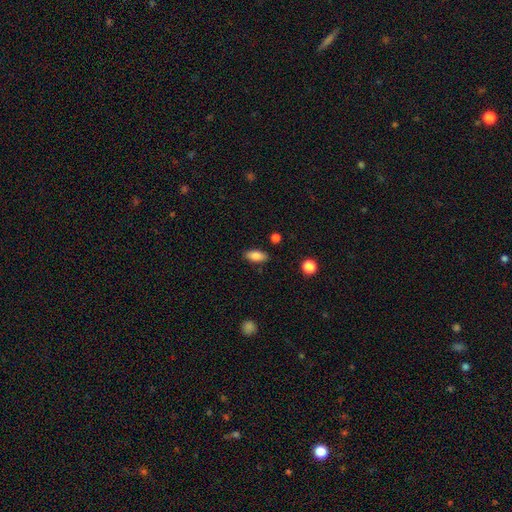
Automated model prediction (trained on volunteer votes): Morphology: type=smooth (83%); roundness=in between (88%); merging=none (86%).